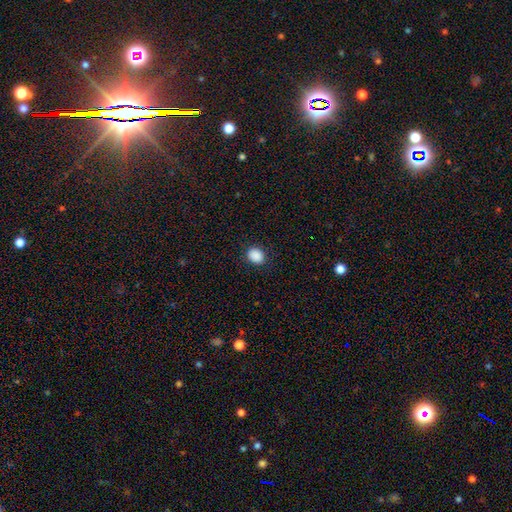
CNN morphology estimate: A smooth galaxy with no disk features (89%) that is round (59%). Merging: none (88%).